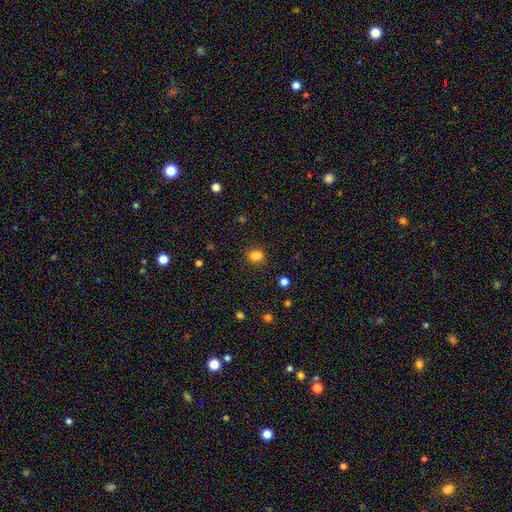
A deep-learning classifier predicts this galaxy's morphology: This is clearly a smooth galaxy (81%). How rounded: possibly round (53%). Merging: likely none (77%).